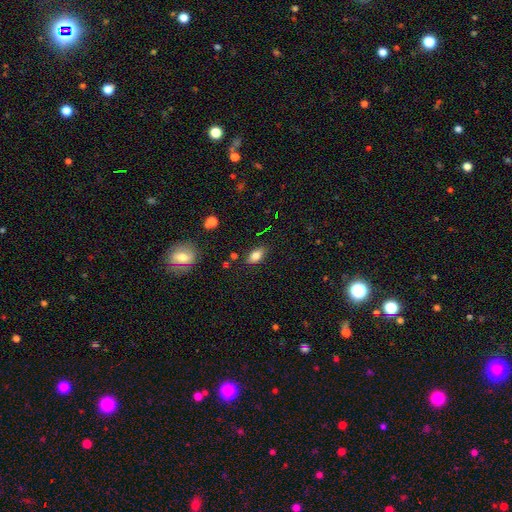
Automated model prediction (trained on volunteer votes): The model was most divided on "smooth or featured": smooth: 78%, featured or disk: 11%, star or artifact: 11%. More confident: how rounded — in between (86%); merging — none (81%).